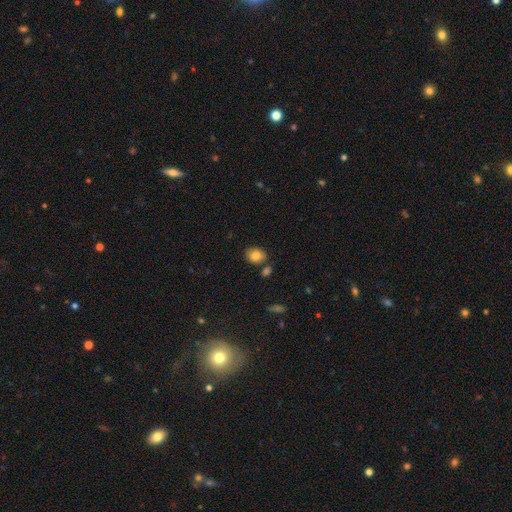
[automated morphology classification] smooth_or_featured: smooth (p=0.82) [alt: featured or disk p=0.09]
how_rounded: in between (p=0.59) [alt: round p=0.40]
merging: none (p=0.75) [alt: minor disturbance p=0.13]